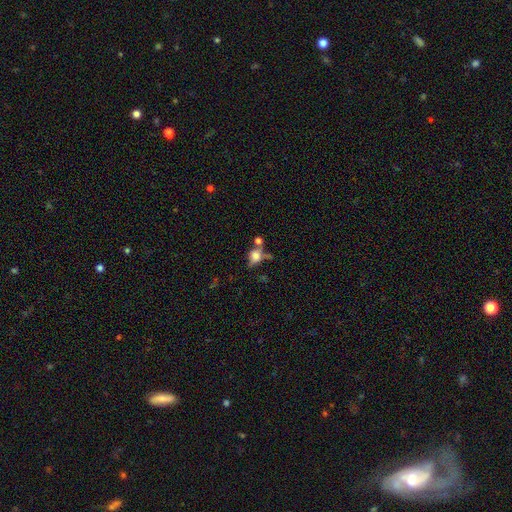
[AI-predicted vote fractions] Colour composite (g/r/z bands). It shows a smooth galaxy with no disk features (65%) that is in between round and cigar-shaped (54%). Merging: none (42%).